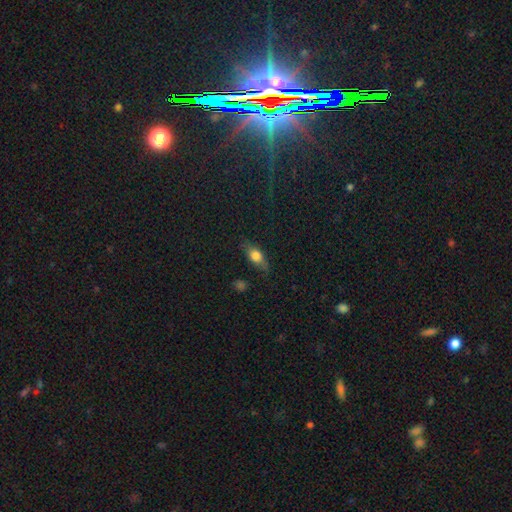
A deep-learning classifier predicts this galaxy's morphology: smooth 66%, featured or disk 24%, star or artifact 10%. Down the decision tree: how rounded — in between (70%); merging — none (73%).